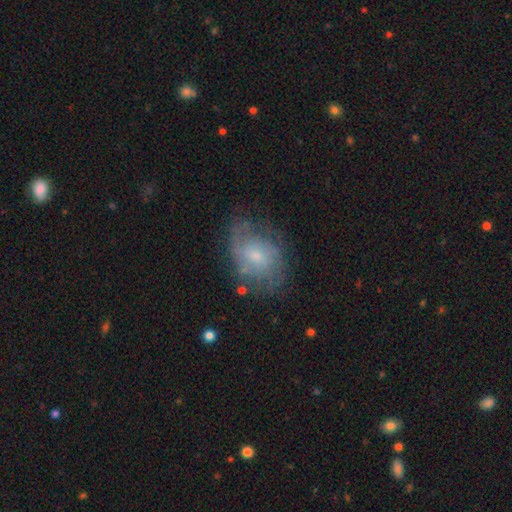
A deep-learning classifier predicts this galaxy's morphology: The model was most divided on "spiral winding": medium: 41%, tight: 40%, loose: 20%. Remaining: edge-on disk — no (97%); spiral arms — yes (82%); smooth or featured — featured or disk (67%); bar — no (65%); bulge size — small (63%); merging — none (62%); spiral arm count — can't tell (42%).